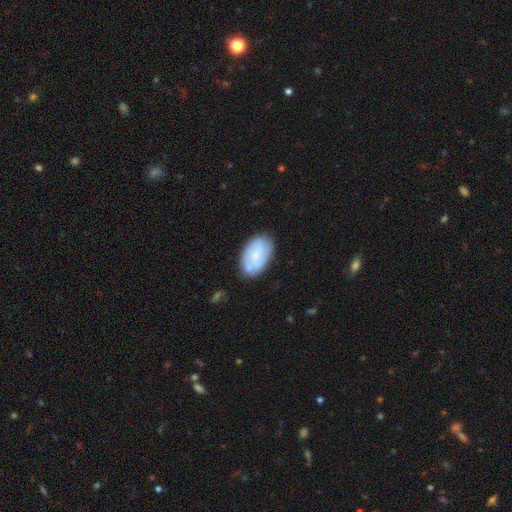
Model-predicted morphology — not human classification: A smooth galaxy with no disk features (51%) that is in between round and cigar-shaped (92%).

Vote fractions:
- Smooth or featured? smooth: 51% / featured or disk: 42% / star or artifact: 7%
- How rounded? in between: 92% / round: 7% / cigar-shaped: 1%
- Merging? none: 72% / minor disturbance: 19% / major disturbance: 5% / merger: 4%